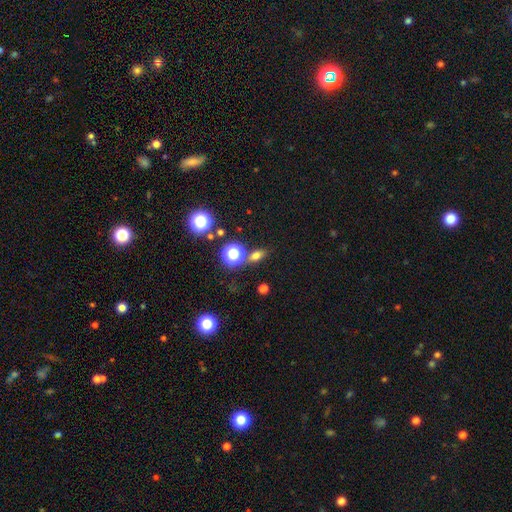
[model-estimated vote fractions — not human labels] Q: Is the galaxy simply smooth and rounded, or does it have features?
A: smooth — 65%.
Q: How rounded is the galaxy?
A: in between — 64%.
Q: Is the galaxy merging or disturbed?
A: none — 75%.